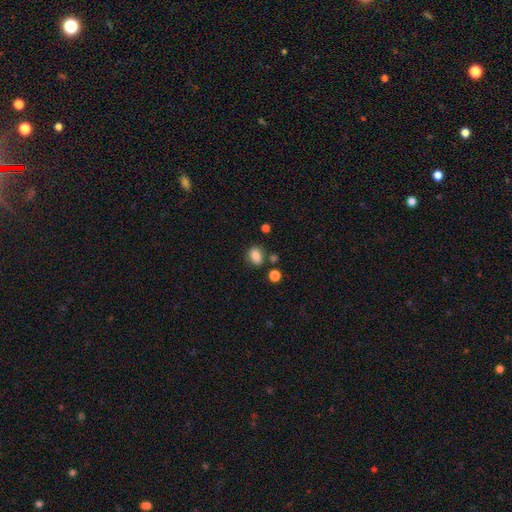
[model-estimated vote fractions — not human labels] Overall: smooth (85%). How rounded: in between (72%). Merging: none (72%).